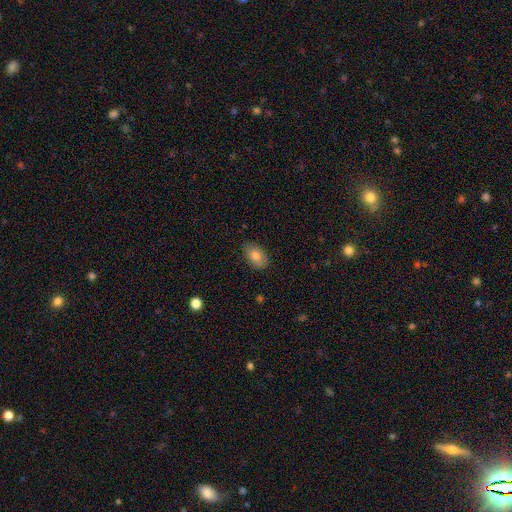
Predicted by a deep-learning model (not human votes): The model was most divided on "smooth or featured": smooth: 82%, featured or disk: 11%, star or artifact: 7%. More confident: how rounded — in between (89%); merging — none (85%).